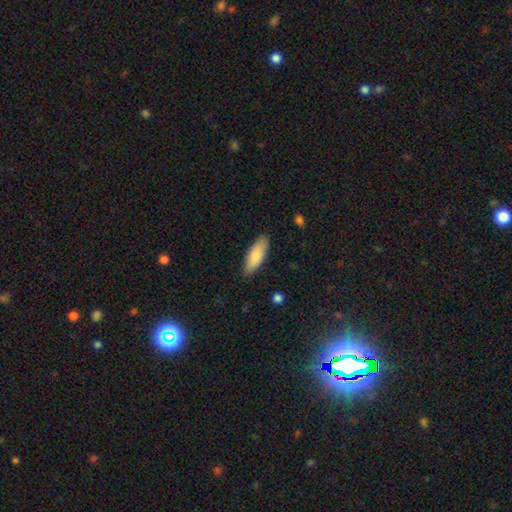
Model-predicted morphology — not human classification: smooth 84%, featured or disk 11%, star or artifact 5%. Down the decision tree: how rounded — in between (70%); merging — none (85%).